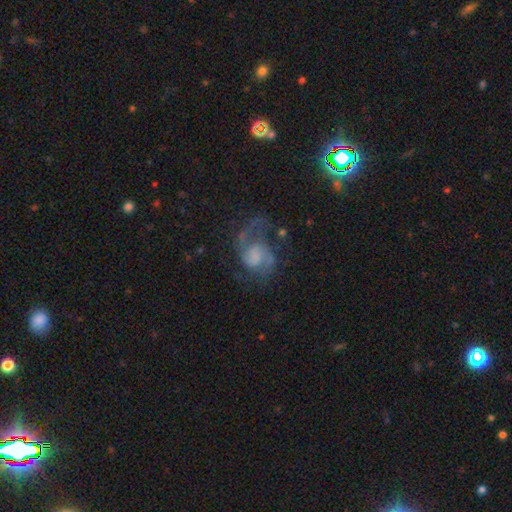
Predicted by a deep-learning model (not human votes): Morphology: type=featured or disk (76%); edge-on=no (98%); bar=no (55%); spiral arms=yes (92%); winding=medium (47%); arm count=2 (80%); bulge=none (44%); merging=none (50%).